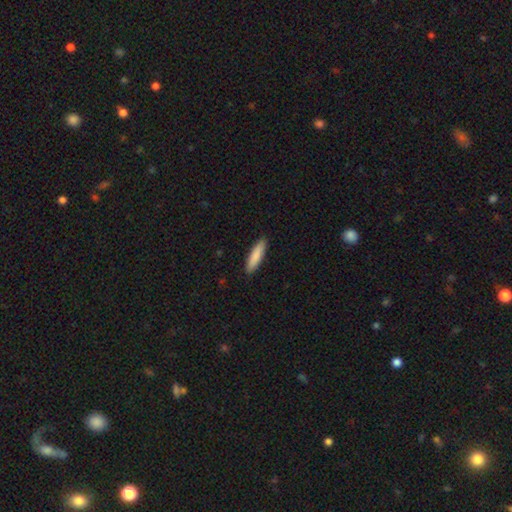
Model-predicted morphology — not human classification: A smooth galaxy with no disk features (86%) that is cigar-shaped (73%).

Vote fractions:
- Smooth or featured? smooth: 86% / featured or disk: 8% / star or artifact: 5%
- How rounded? cigar-shaped: 73% / in between: 26% / round: 1%
- Merging? none: 90% / minor disturbance: 7% / major disturbance: 1% / merger: 1%